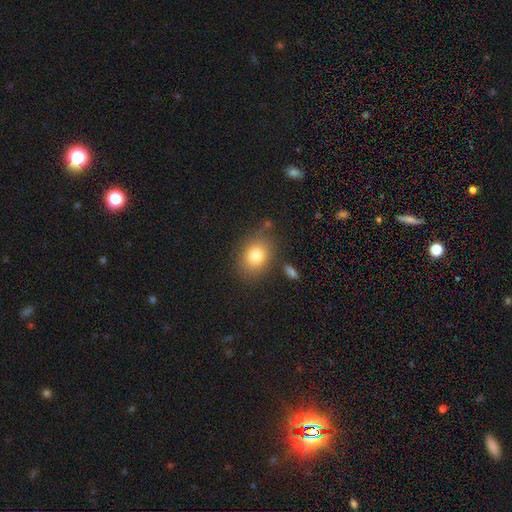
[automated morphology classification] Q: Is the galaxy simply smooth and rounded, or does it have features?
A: smooth — 81%.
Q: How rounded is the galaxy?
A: in between — 57%.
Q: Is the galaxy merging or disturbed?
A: none — 78%.